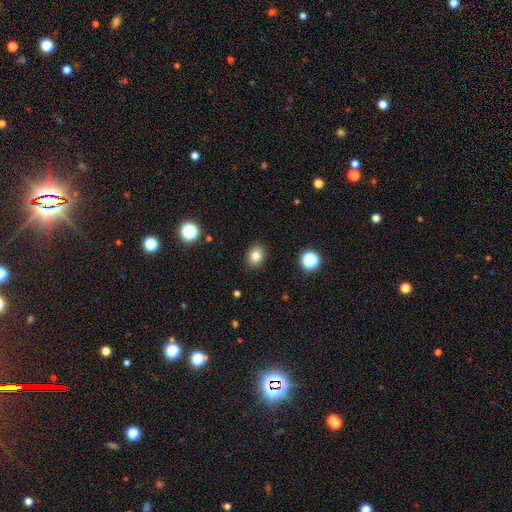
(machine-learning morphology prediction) smooth-or-featured: smooth: 81% | star or artifact: 12% | featured or disk: 7%
  how-rounded: in between: 59% | round: 40% | cigar-shaped: 1%
  merging: none: 88% | minor disturbance: 9% | major disturbance: 2% | merger: 1%